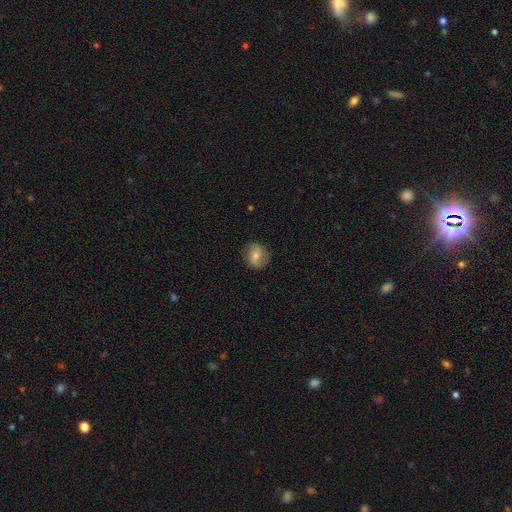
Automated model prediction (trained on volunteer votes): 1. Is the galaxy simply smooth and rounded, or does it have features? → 69% smooth, 22% featured or disk, 9% star or artifact.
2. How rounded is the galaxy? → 69% round, 30% in between, 1% cigar-shaped.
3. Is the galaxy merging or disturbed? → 82% none, 14% minor disturbance, 4% major disturbance, 1% merger.